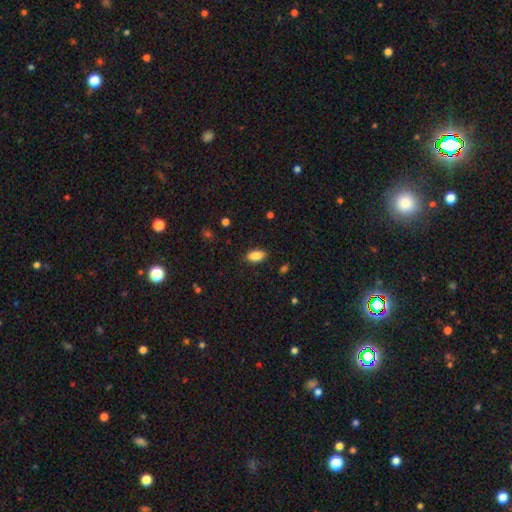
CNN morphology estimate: A smooth galaxy with no disk features (88%) that is in between round and cigar-shaped (92%).

Vote fractions:
- Smooth or featured? smooth: 88% / star or artifact: 8% / featured or disk: 5%
- How rounded? in between: 92% / round: 4% / cigar-shaped: 4%
- Merging? none: 86% / minor disturbance: 10% / major disturbance: 2% / merger: 1%